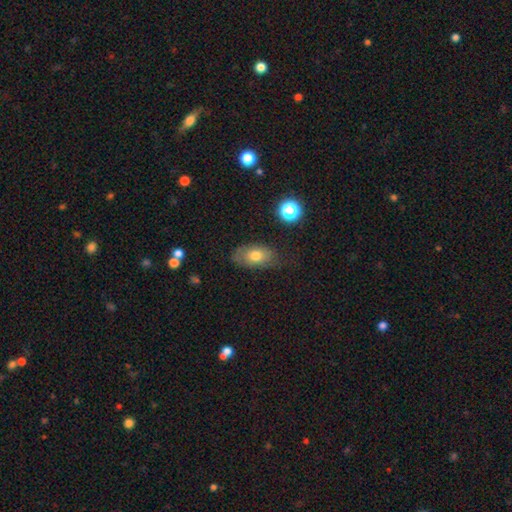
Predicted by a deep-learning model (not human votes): Q: Smooth or featured?
A: smooth (69%); runner-up: featured or disk (22%)
Q: How rounded?
A: in between (87%); runner-up: round (11%)
Q: Merging?
A: none (67%); runner-up: minor disturbance (23%)